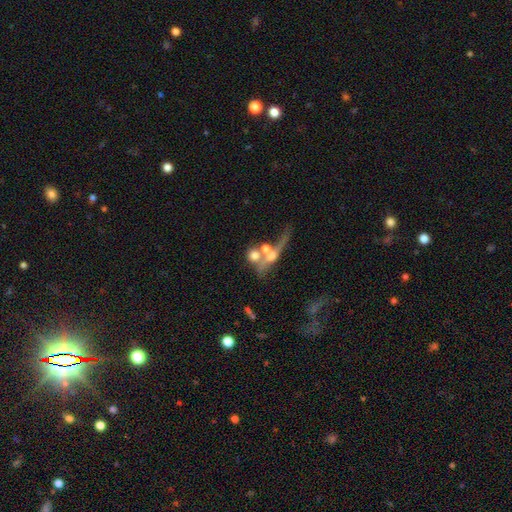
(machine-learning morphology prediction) smooth-or-featured: featured or disk: 43% | smooth: 42% | star or artifact: 15%
  merging: merger: 49% | none: 28% | major disturbance: 12% | minor disturbance: 10%